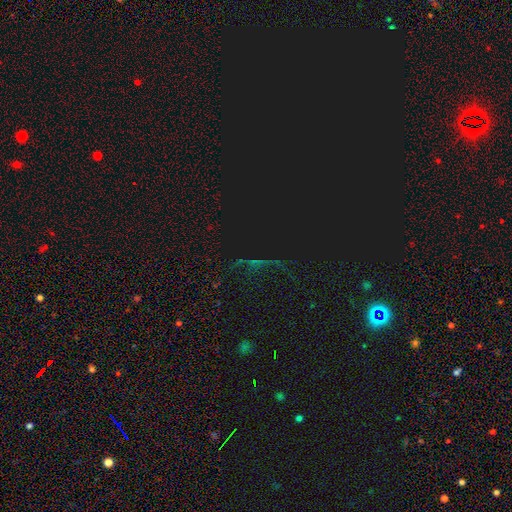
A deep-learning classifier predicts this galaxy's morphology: This appears to be a star or artifact, not a galaxy (80%).